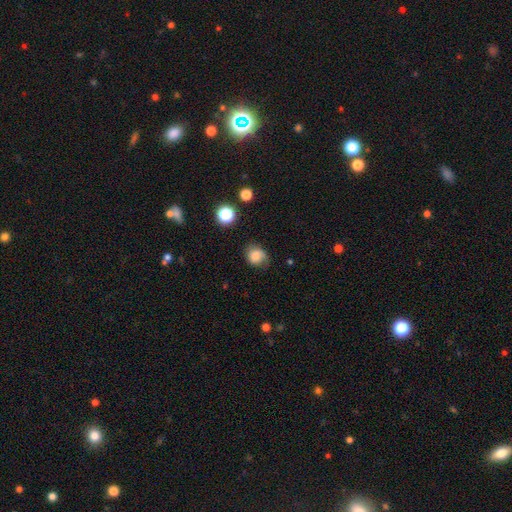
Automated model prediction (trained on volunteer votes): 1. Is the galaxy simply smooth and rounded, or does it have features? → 75% smooth, 14% featured or disk, 12% star or artifact.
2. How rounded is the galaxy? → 68% round, 31% in between, 1% cigar-shaped.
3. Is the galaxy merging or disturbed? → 61% none, 28% minor disturbance, 9% major disturbance, 2% merger.